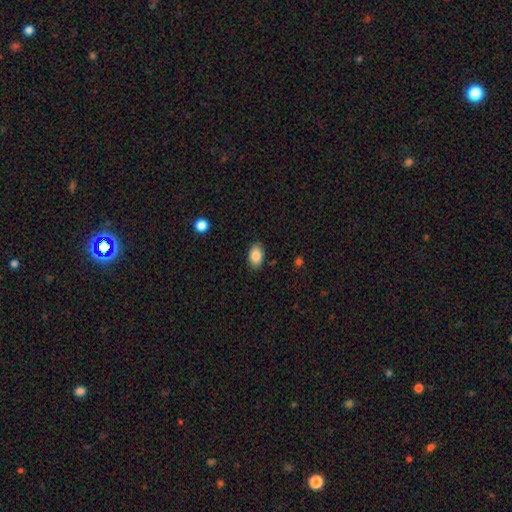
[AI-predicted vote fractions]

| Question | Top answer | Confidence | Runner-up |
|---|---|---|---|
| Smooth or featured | smooth | 86% | star or artifact (8%) |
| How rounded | in between | 88% | round (10%) |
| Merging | none | 86% | minor disturbance (11%) |